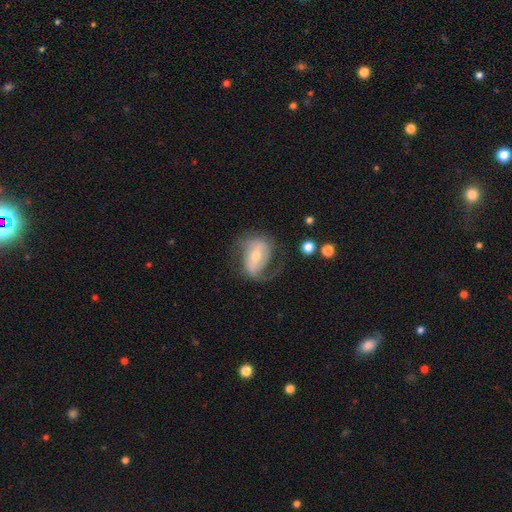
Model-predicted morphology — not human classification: The model was most divided on "spiral winding": medium: 43%, loose: 39%, tight: 18%. Remaining: edge-on disk — no (96%); spiral arms — yes (86%); smooth or featured — featured or disk (74%); spiral arm count — 2 (72%); bulge size — moderate (56%); merging — none (53%); bar — weak (39%).